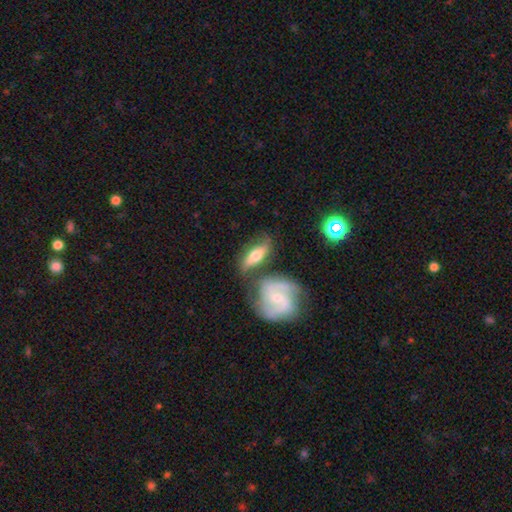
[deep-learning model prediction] Smooth or featured? featured or disk (54%)
Edge-on disk? no (68%)
Merging? none (54%)